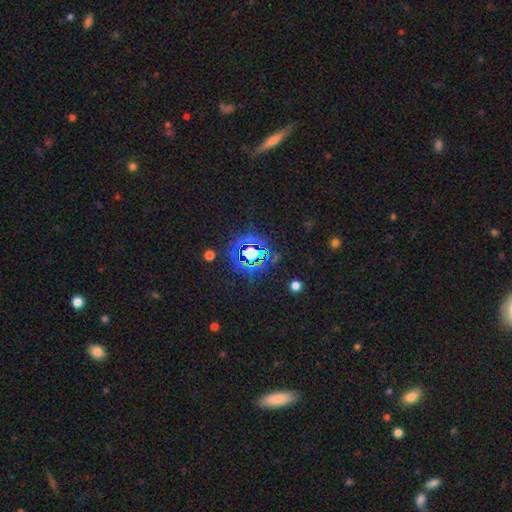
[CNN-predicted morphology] Smooth or featured: star or artifact — 76% (smooth — 15%)